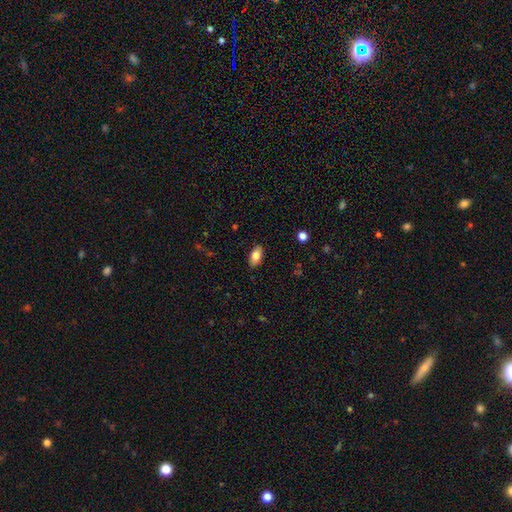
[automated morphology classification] A smooth galaxy with no disk features (81%) that is in between round and cigar-shaped (92%). Merging: none (87%).